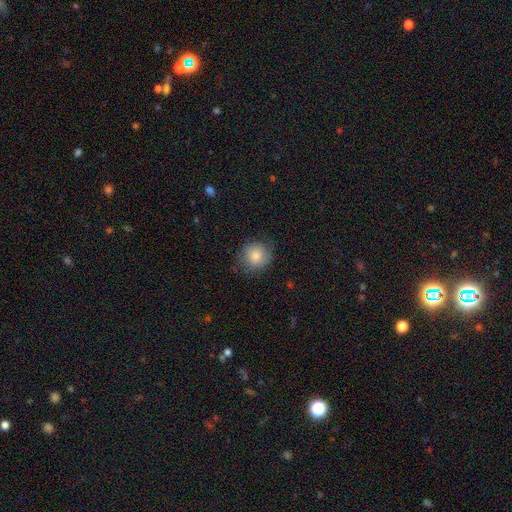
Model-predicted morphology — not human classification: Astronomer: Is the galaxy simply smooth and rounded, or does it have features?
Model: smooth — 79%.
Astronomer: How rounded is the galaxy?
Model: round — 83%.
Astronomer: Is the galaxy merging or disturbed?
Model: none — 73%.